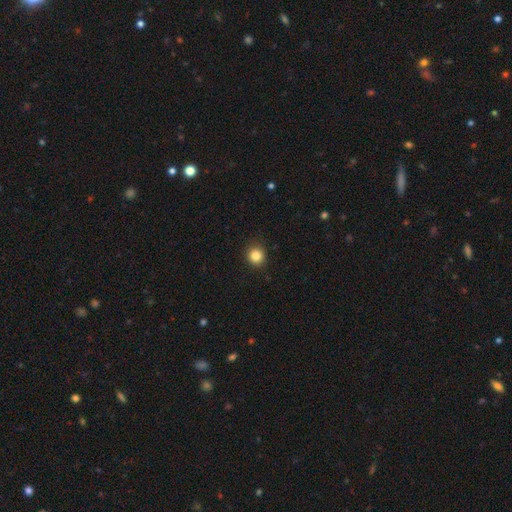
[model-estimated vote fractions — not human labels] The model was most divided on "smooth or featured": smooth: 85%, star or artifact: 11%, featured or disk: 5%. More confident: how rounded — round (91%); merging — none (90%).